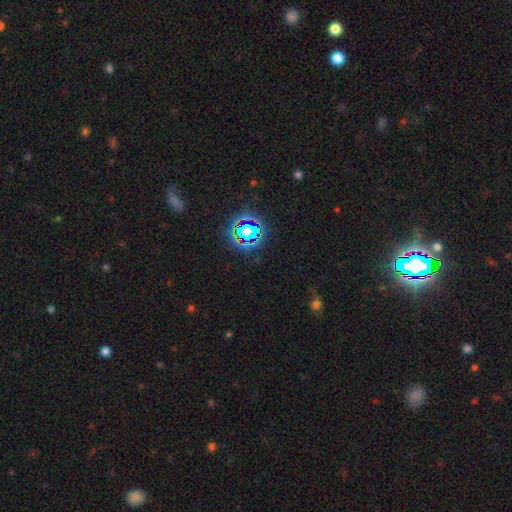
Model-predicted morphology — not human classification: Smooth or featured? Predicted: star or artifact (p=0.79).